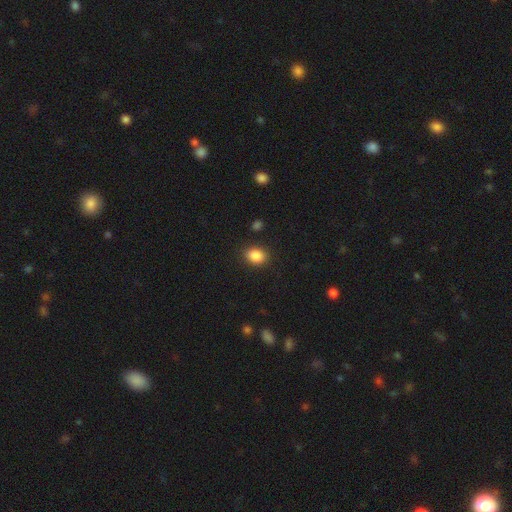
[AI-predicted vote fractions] Smooth or featured? smooth (87%)
How rounded? in between (62%)
Merging? none (87%)